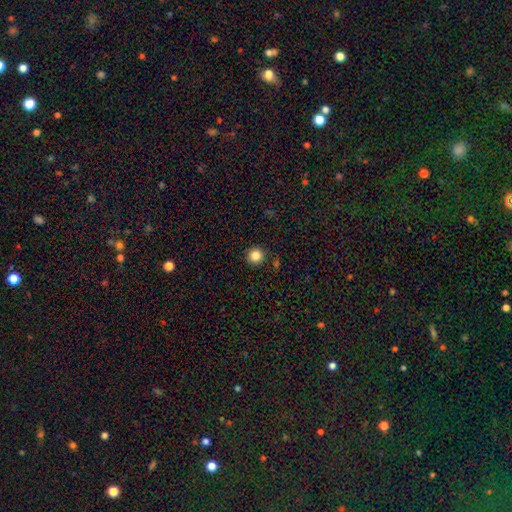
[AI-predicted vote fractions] The model was most divided on "smooth or featured": smooth: 85%, star or artifact: 11%, featured or disk: 4%. More confident: how rounded — round (95%); merging — none (90%).